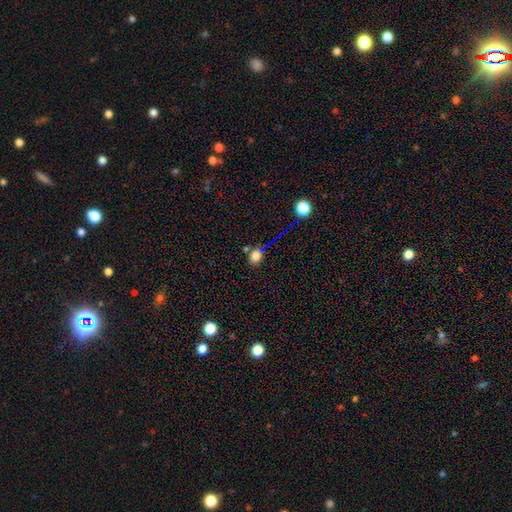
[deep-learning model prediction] A smooth galaxy with no disk features (73%) that is round (74%). Merging: none (65%).